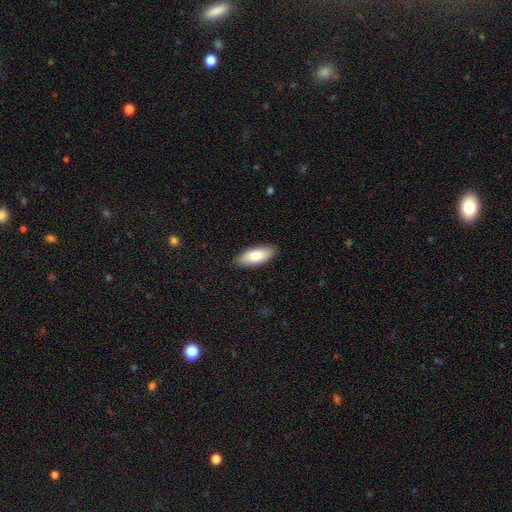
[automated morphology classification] Smooth or featured: smooth — 79% (featured or disk — 15%)
How rounded: in between — 85% (cigar-shaped — 13%)
Merging: none — 88% (minor disturbance — 9%)